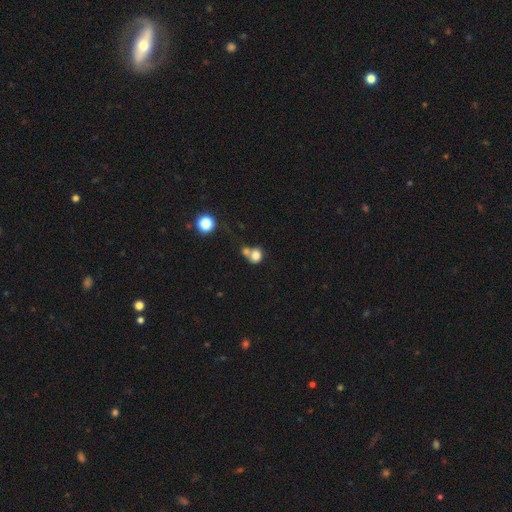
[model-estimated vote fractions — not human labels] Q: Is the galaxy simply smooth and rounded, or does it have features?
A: smooth — 78%.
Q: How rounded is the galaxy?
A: round — 72%.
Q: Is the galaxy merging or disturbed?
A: merger — 51%.